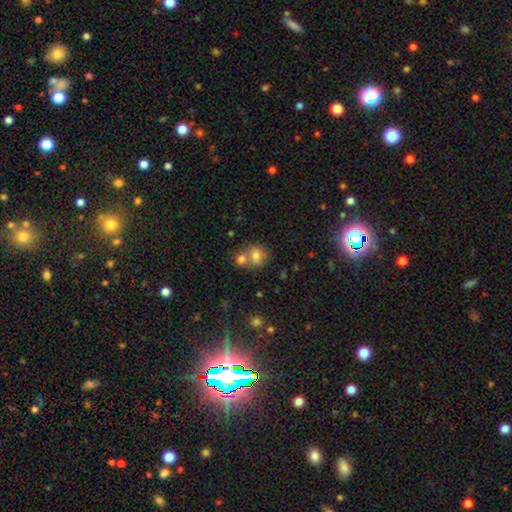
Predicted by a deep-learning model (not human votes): A smooth galaxy with no disk features (76%) that is round (72%).

Vote fractions:
- Smooth or featured? smooth: 76% / featured or disk: 13% / star or artifact: 11%
- How rounded? round: 72% / in between: 27% / cigar-shaped: 1%
- Merging? none: 44% / merger: 42% / minor disturbance: 10% / major disturbance: 4%